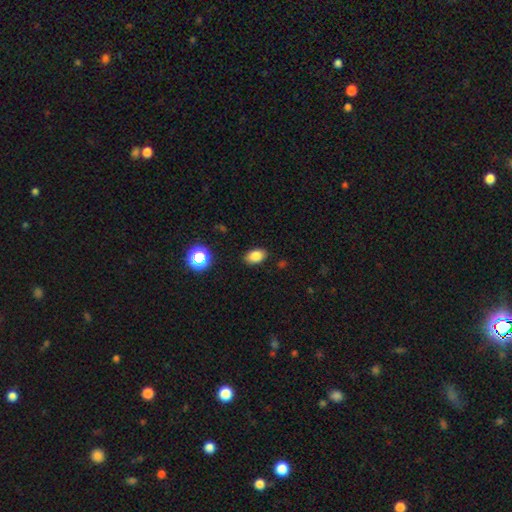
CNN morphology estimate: smooth_or_featured: smooth (p=0.83) [alt: star or artifact p=0.11]
how_rounded: in between (p=0.87) [alt: round p=0.12]
merging: none (p=0.87) [alt: minor disturbance p=0.09]